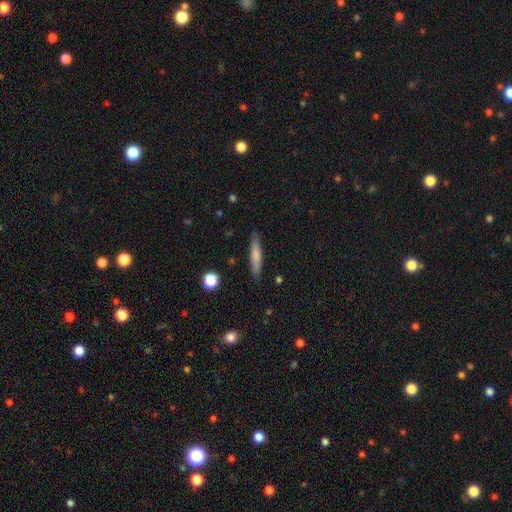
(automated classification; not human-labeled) Smooth or featured? Predicted: smooth (p=0.73). How rounded? Predicted: cigar-shaped (p=0.91). Merging? Predicted: none (p=0.87).